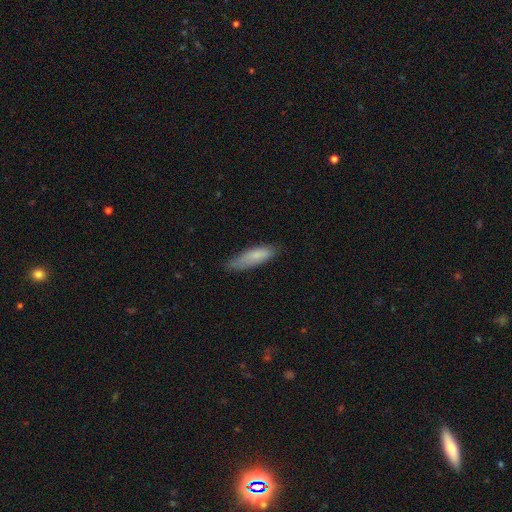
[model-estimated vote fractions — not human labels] Smooth or featured? smooth (79%)
How rounded? cigar-shaped (58%)
Merging? none (65%)